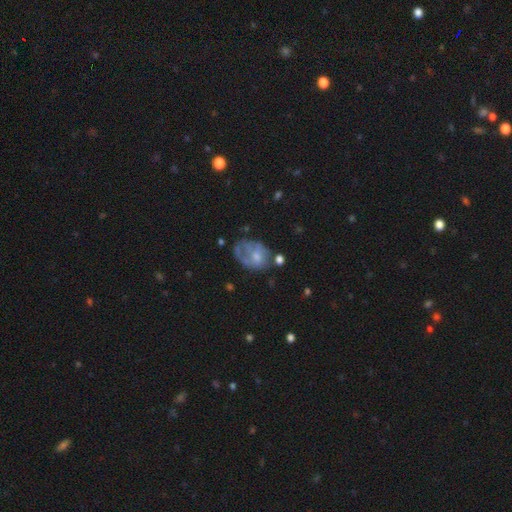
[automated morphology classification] featured or disk 47%, smooth 44%, star or artifact 9%. Down the decision tree: merging — major disturbance (34%).